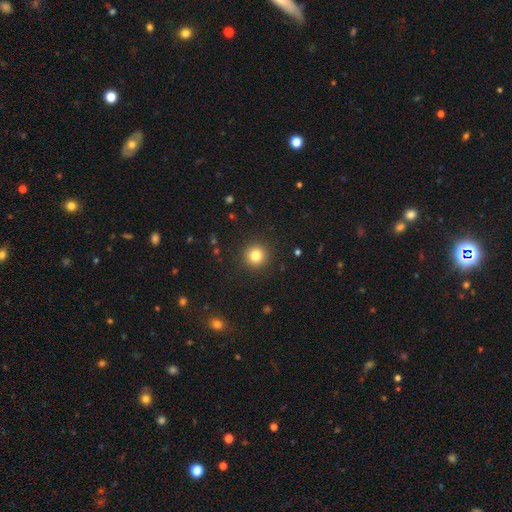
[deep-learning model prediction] Morphology: type=smooth (82%); roundness=round (95%); merging=none (92%).